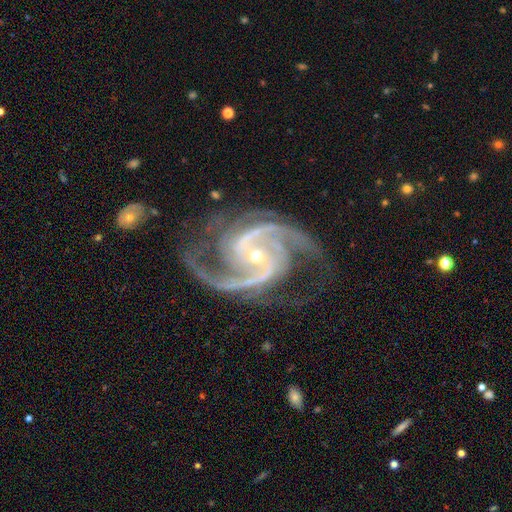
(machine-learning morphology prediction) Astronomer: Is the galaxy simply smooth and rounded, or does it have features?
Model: featured or disk — 94%.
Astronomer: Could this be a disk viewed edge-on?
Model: no — 98%.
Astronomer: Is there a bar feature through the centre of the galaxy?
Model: no — 49% (runner-up: weak, 31%).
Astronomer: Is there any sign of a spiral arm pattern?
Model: yes — 99%.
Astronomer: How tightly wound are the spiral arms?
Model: medium — 61%.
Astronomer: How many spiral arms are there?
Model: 2 — 53%.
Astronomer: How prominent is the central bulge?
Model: small — 68%.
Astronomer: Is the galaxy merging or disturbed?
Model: none — 71%.